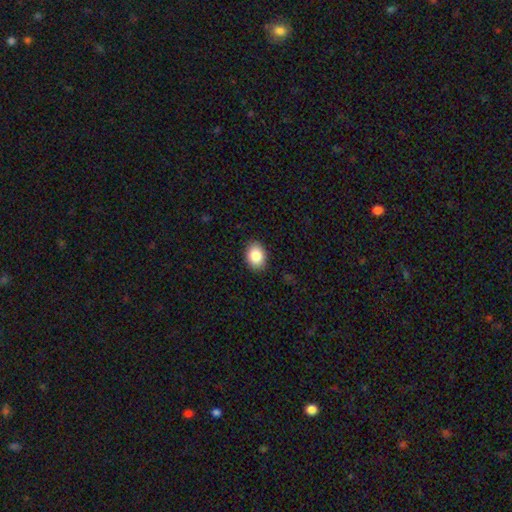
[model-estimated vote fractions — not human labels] Morphology: type=smooth (86%); roundness=in between (70%); merging=none (89%).